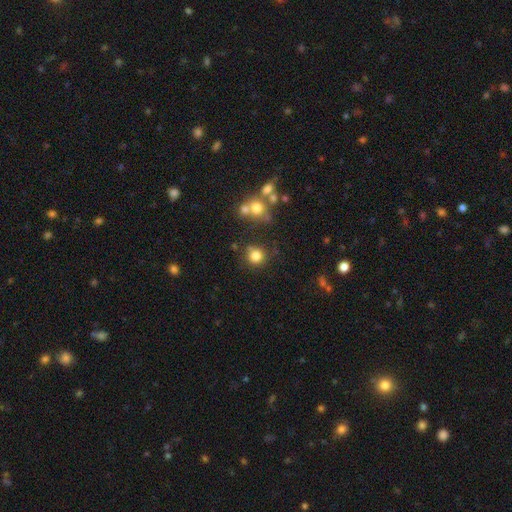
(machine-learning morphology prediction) smooth 80%, star or artifact 13%, featured or disk 7%. Down the decision tree: how rounded — round (90%); merging — none (74%).